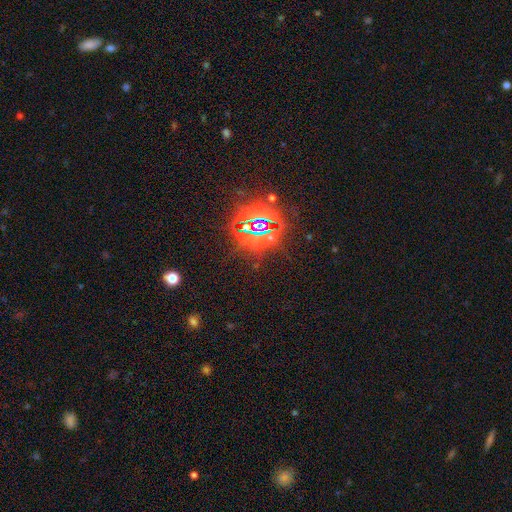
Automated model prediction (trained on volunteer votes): This appears to be a star or artifact, not a galaxy (85%).